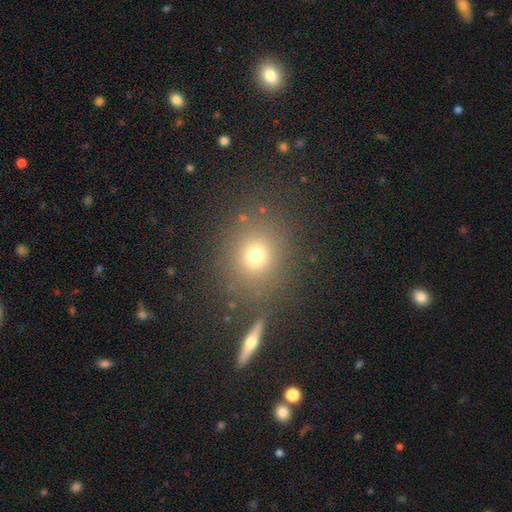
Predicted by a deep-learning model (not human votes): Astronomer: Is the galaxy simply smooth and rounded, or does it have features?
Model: smooth — 70%.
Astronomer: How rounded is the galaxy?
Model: round — 79%.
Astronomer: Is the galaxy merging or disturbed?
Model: none — 80%.